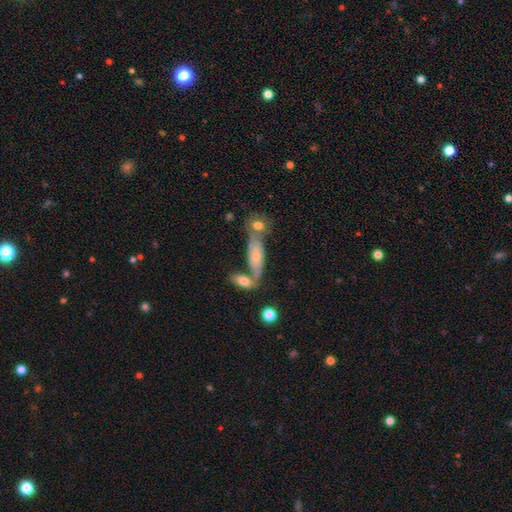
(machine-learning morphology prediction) The model was most divided on "merging": none: 45%, merger: 33%, minor disturbance: 16%, major disturbance: 6%. More confident: how rounded — in between (60%); smooth or featured — smooth (56%).